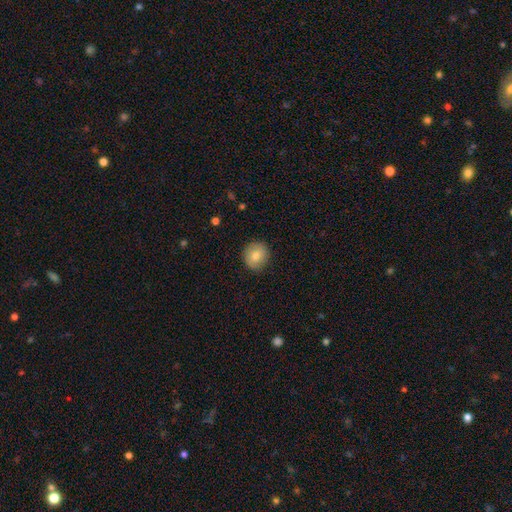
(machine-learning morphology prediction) Overall: smooth (78%). How rounded: round (86%). Merging: none (88%).